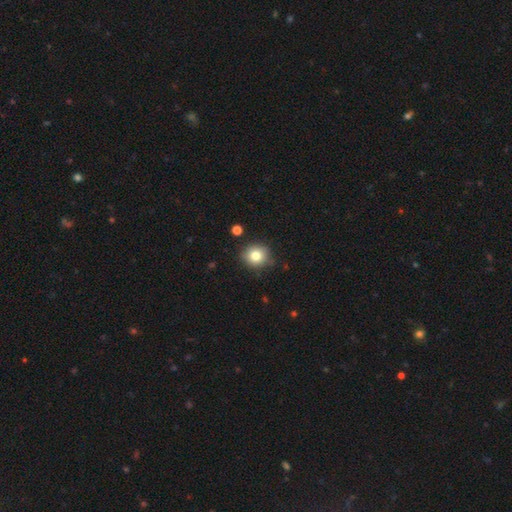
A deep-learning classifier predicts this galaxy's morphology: This appears to be a smooth galaxy with no disk features (80%) that is round (86%). Merging: none (83%).